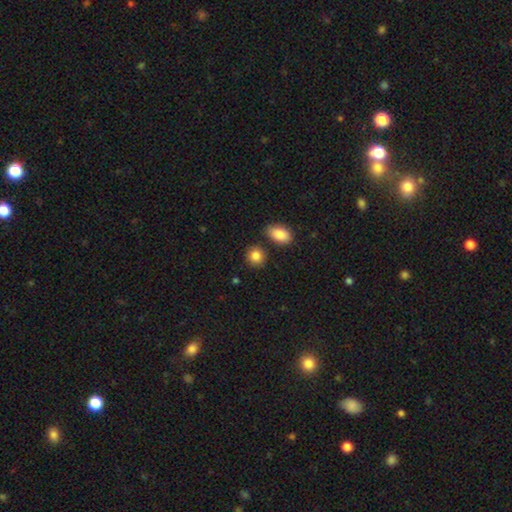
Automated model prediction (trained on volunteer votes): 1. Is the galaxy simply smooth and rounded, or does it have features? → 86% smooth, 8% star or artifact, 6% featured or disk.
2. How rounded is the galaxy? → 78% round, 21% in between, 1% cigar-shaped.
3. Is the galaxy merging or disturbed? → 82% none, 9% minor disturbance, 6% merger, 2% major disturbance.